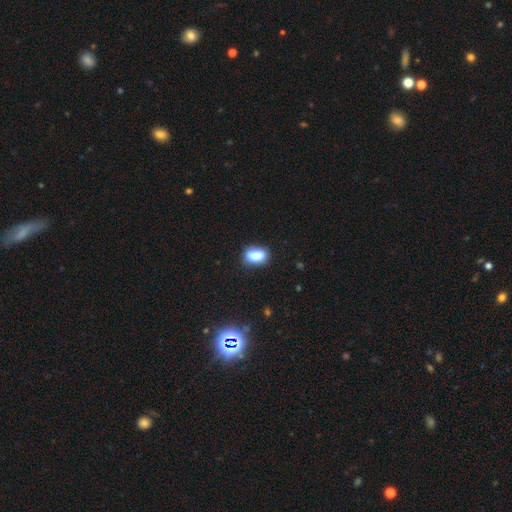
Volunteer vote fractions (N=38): Smooth or featured?
  - smooth: 74% *
  - featured or disk: 21%
  - star or artifact: 5%
How rounded?
  - in between: 93% *
  - round: 4%
  - cigar-shaped: 4%
Merging?
  - none: 58% *
  - minor disturbance: 25%
  - merger: 11%
  - major disturbance: 6%